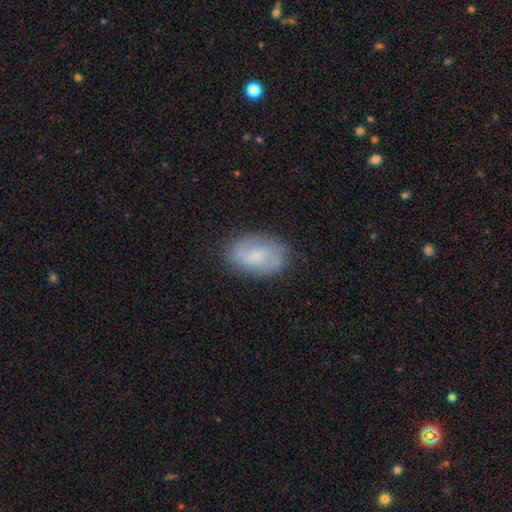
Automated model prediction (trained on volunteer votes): This appears to be a smooth galaxy with no disk features (53%) that is in between round and cigar-shaped (87%). Merging: none (78%).